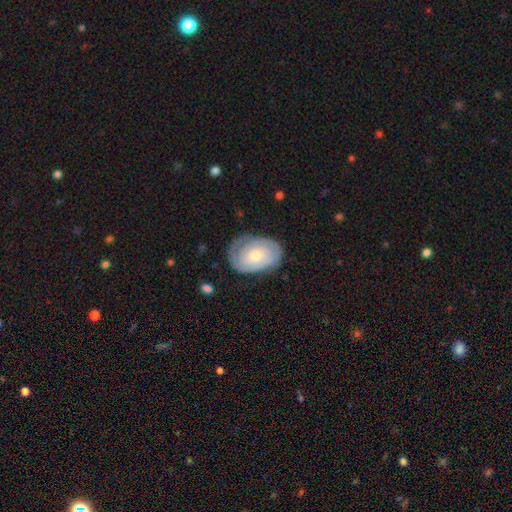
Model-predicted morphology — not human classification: A featured or disk galaxy (53%) with no bar (83%), spiral arms (70%) and a small central bulge (56%). Merging: none (68%).